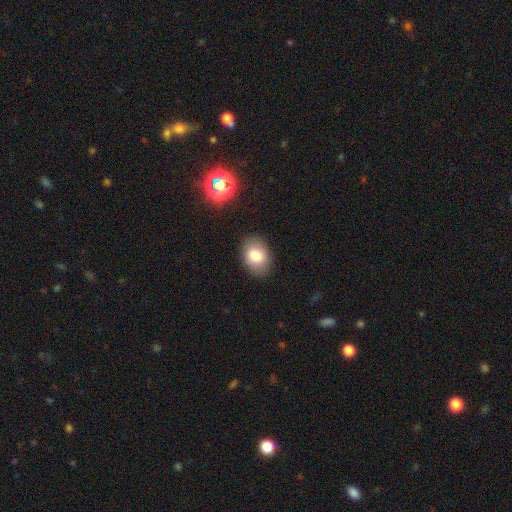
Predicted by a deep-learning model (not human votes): smooth 79%, featured or disk 12%, star or artifact 9%. Down the decision tree: how rounded — in between (74%); merging — none (86%).